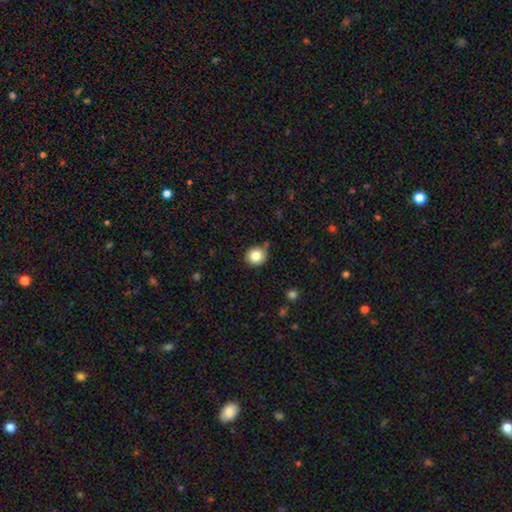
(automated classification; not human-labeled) The model was most divided on "how rounded": round: 84%, in between: 15%, cigar-shaped: 1%. More confident: smooth or featured — smooth (84%); merging — none (82%).